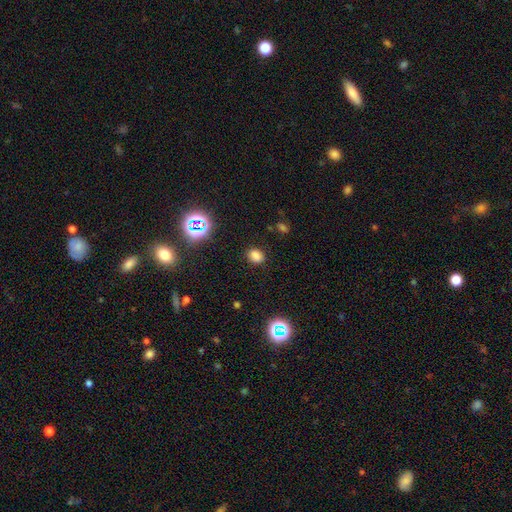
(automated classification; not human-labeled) Overall: smooth (75%). How rounded: in between (53%; round 46%). Merging: none (84%).